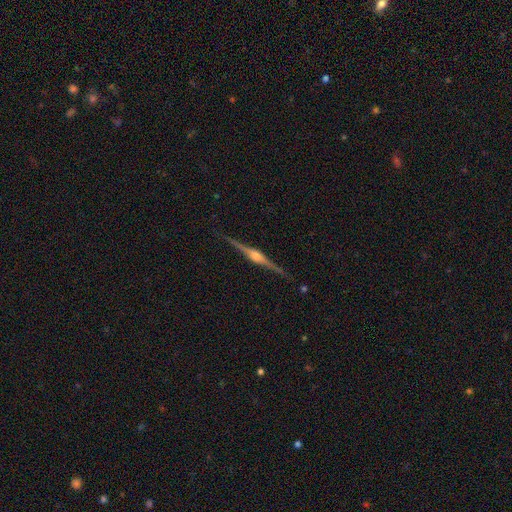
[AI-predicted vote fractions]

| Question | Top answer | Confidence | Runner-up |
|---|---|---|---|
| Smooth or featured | featured or disk | 89% | smooth (6%) |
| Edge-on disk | yes | 99% | no (1%) |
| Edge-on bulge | rounded | 89% | boxy (8%) |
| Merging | none | 91% | minor disturbance (7%) |